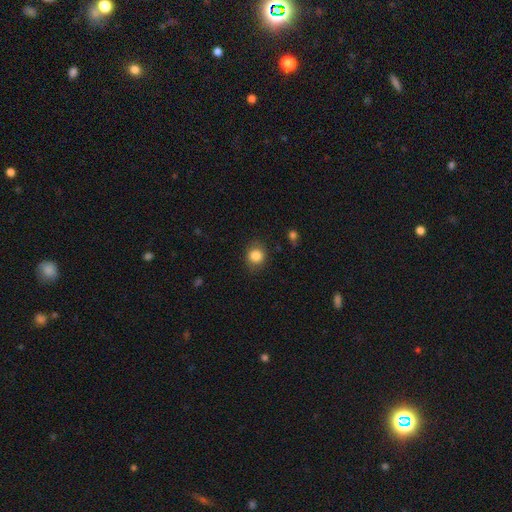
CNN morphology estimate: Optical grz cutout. It shows a smooth galaxy with no disk features (85%) that is round (81%). Merging: none (82%).